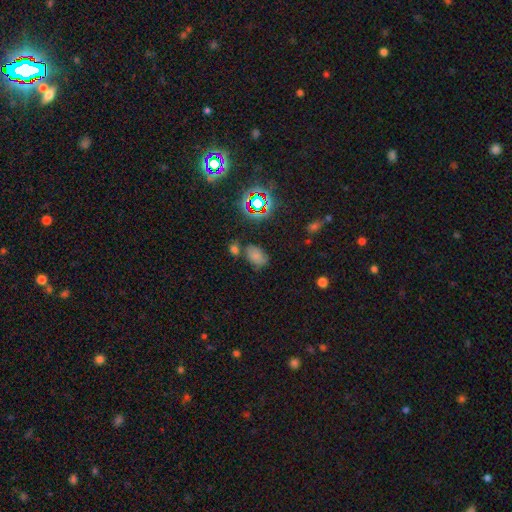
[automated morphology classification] smooth-or-featured: smooth: 65% | star or artifact: 26% | featured or disk: 9%
  how-rounded: in between: 86% | round: 12% | cigar-shaped: 2%
  merging: none: 61% | minor disturbance: 19% | merger: 14% | major disturbance: 7%